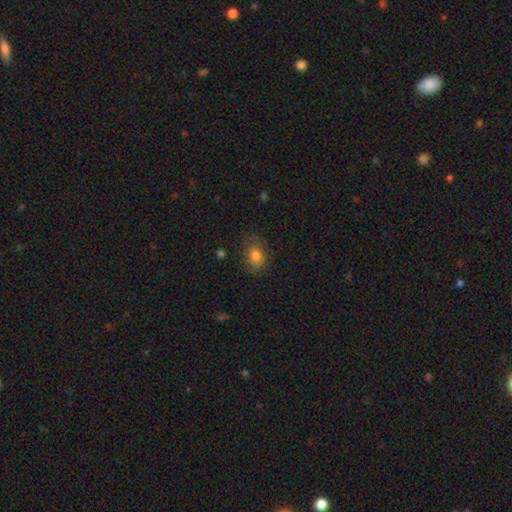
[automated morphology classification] smooth_or_featured: smooth (p=0.80) [alt: featured or disk p=0.10]
how_rounded: in between (p=0.60) [alt: round p=0.39]
merging: none (p=0.71) [alt: minor disturbance p=0.20]